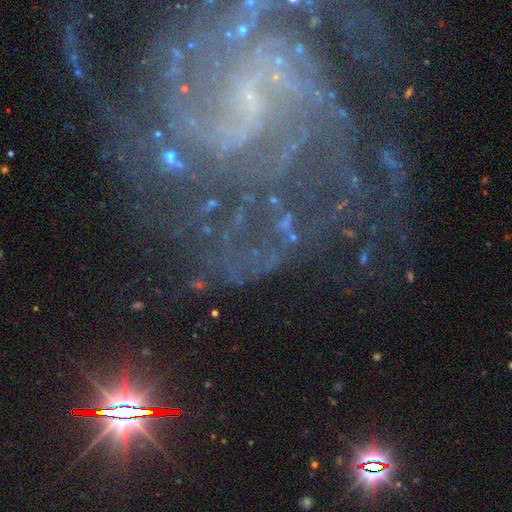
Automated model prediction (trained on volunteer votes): featured or disk 75%, star or artifact 17%, smooth 8%. Down the decision tree: edge-on disk — no (97%); bar — no (42%); spiral arms — yes (90%); spiral arm count — 2 (29%); spiral winding — tight (43%); bulge size — small (65%); merging — none (60%).